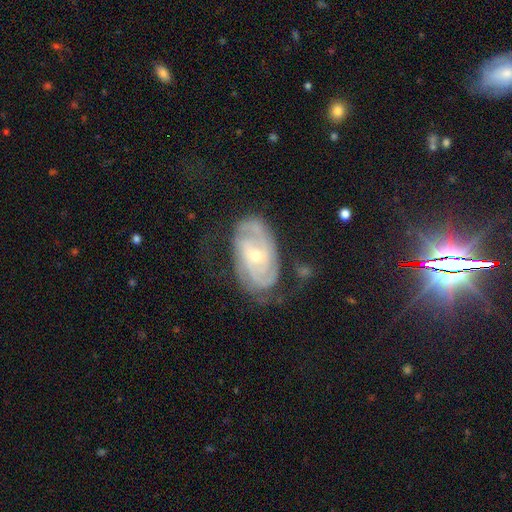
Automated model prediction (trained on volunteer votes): Smooth or featured? Predicted: featured or disk (p=0.86). Edge-on disk? Predicted: no (p=0.96). Bar? Predicted: no (p=0.48). Spiral arms? Predicted: yes (p=0.96). Spiral winding? Predicted: tight (p=0.65). Spiral arm count? Predicted: 2 (p=0.46). Bulge size? Predicted: small (p=0.56). Merging? Predicted: none (p=0.65).